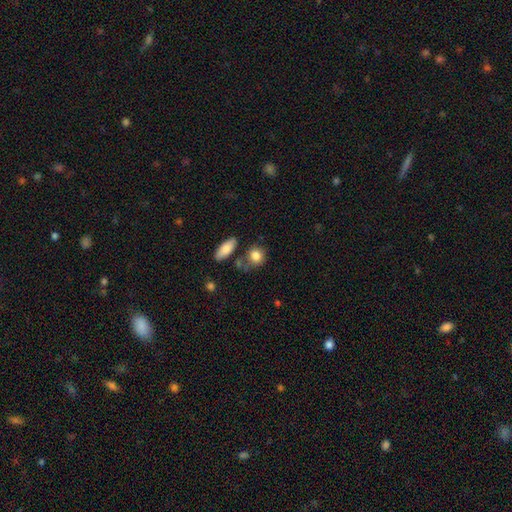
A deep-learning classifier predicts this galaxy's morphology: smooth-or-featured: smooth: 84% | featured or disk: 9% | star or artifact: 7%
  how-rounded: round: 59% | in between: 39% | cigar-shaped: 2%
  merging: none: 62% | minor disturbance: 18% | merger: 14% | major disturbance: 6%